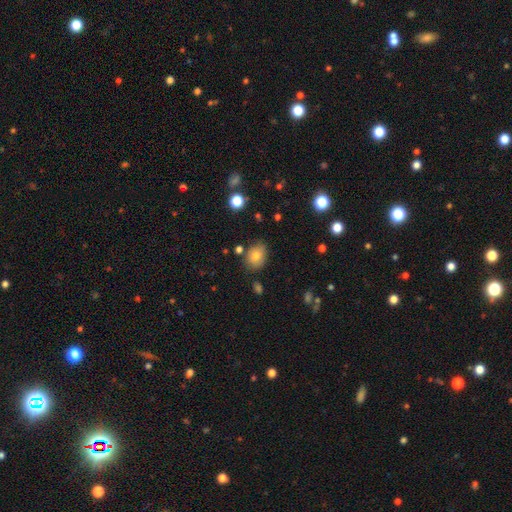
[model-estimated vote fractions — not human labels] Overall: smooth (76%). How rounded: in between (59%; round 40%). Merging: none (76%).